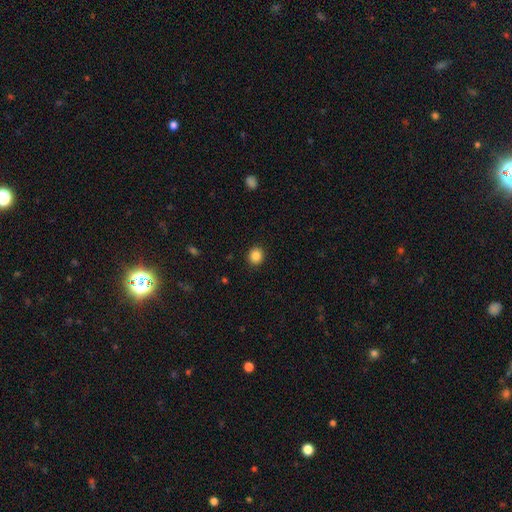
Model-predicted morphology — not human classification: Smooth or featured? Predicted: smooth (p=0.87). How rounded? Predicted: round (p=0.80). Merging? Predicted: none (p=0.91).